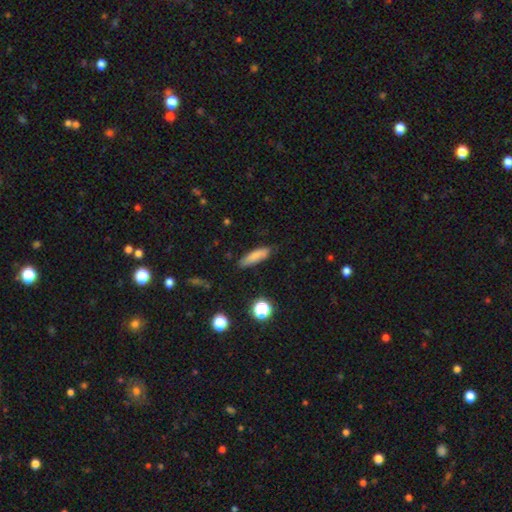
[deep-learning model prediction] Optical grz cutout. It shows a smooth galaxy with no disk features (79%) that is cigar-shaped (61%). Merging: none (79%).